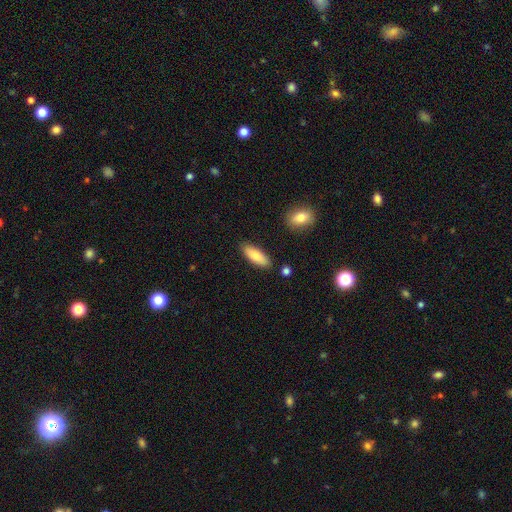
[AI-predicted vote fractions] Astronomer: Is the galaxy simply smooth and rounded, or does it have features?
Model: smooth — 82%.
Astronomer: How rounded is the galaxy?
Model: in between — 68%.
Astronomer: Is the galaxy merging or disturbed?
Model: none — 85%.